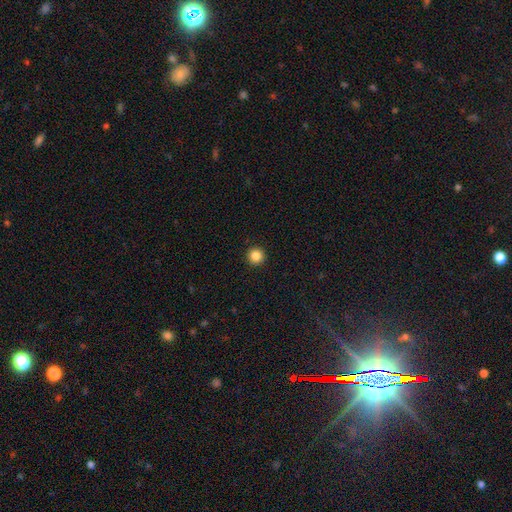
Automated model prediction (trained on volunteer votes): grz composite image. It shows a smooth galaxy with no disk features (86%) that is round (96%). Merging: none (94%).